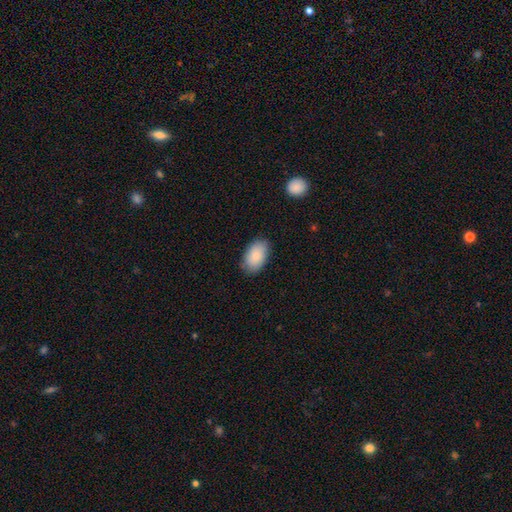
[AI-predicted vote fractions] Smooth or featured? smooth (87%)
How rounded? in between (93%)
Merging? none (83%)